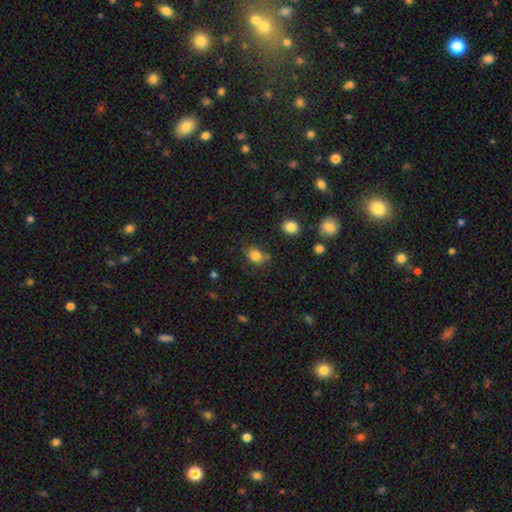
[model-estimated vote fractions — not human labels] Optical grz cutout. It shows a smooth galaxy with no disk features (82%) that is in between round and cigar-shaped (61%). Merging: none (70%).